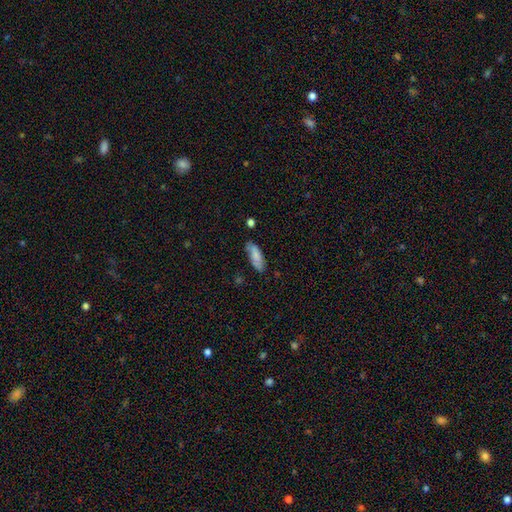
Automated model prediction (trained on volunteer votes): smooth_or_featured: smooth (p=0.82) [alt: featured or disk p=0.11]
how_rounded: in between (p=0.63) [alt: cigar-shaped p=0.35]
merging: none (p=0.72) [alt: minor disturbance p=0.21]